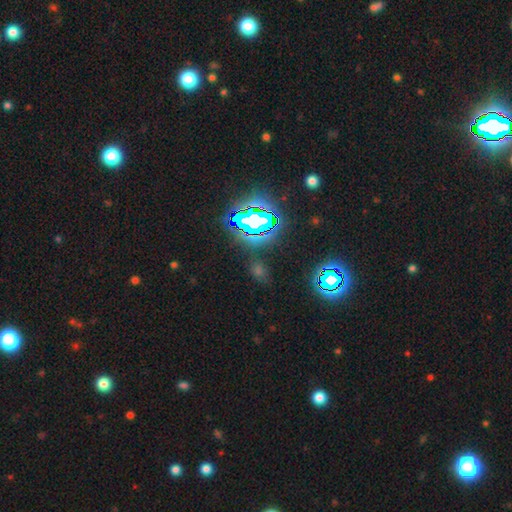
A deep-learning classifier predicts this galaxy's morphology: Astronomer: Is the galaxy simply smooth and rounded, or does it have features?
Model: star or artifact — 83%.